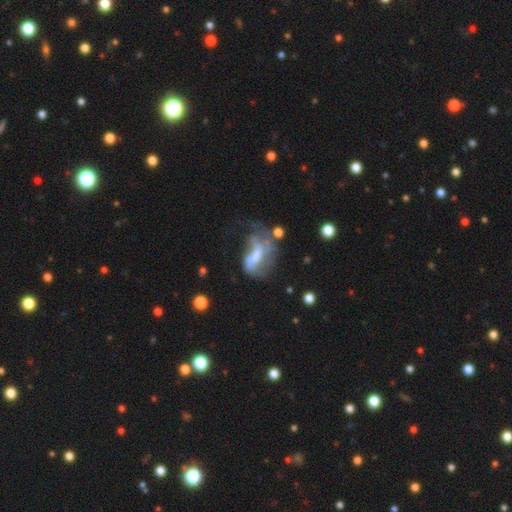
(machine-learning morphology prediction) The model was most divided on "bulge size": moderate: 36%, small: 29%, none: 26%, large: 8%, dominant: 2%. Remaining: edge-on disk — no (93%); spiral arms — no (57%); smooth or featured — featured or disk (57%); bar — no (45%); merging — major disturbance (43%).